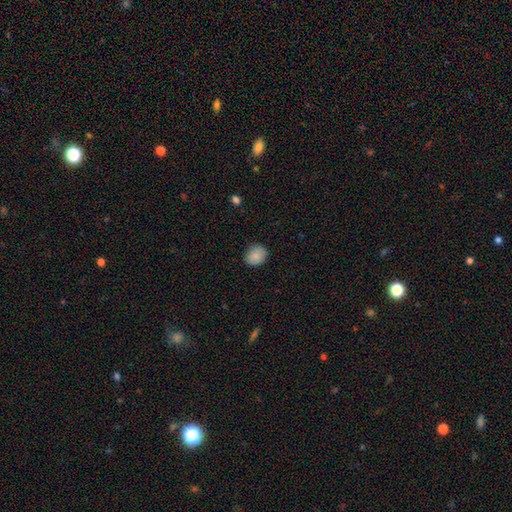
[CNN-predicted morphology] Smooth or featured? Predicted: smooth (p=0.86). How rounded? Predicted: round (p=0.68). Merging? Predicted: none (p=0.81).